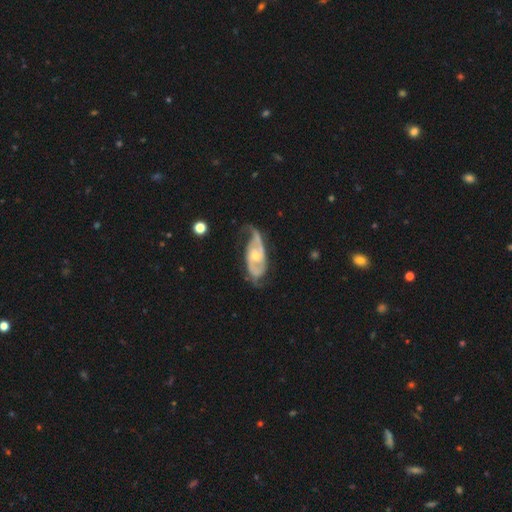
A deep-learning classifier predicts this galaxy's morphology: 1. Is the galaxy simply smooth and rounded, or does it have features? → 87% featured or disk, 9% smooth, 4% star or artifact.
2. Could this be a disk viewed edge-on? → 95% no, 5% yes.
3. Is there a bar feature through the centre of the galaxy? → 53% no, 37% weak, 10% strong.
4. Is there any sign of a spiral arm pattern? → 95% yes, 5% no.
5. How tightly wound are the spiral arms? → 47% medium, 28% tight, 25% loose.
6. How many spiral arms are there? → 78% 2, 9% can't tell, 7% 1, 4% 3, 1% 4, 1% more than 4.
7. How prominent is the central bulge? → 50% small, 45% moderate, 2% none, 2% large, 1% dominant.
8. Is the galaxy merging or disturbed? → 54% none, 26% minor disturbance, 18% major disturbance, 3% merger.